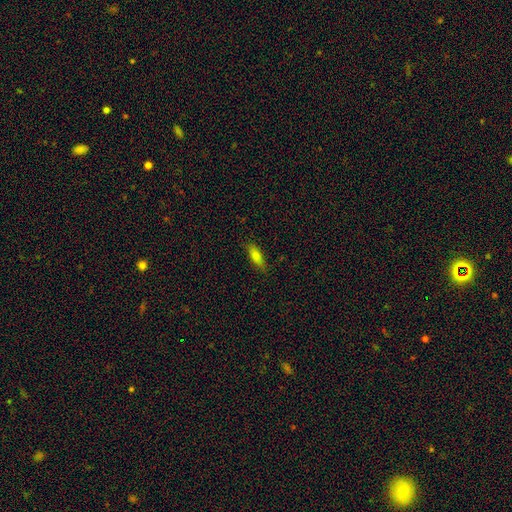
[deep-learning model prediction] smooth-or-featured: smooth: 75% | featured or disk: 16% | star or artifact: 9%
  how-rounded: in between: 55% | cigar-shaped: 43% | round: 2%
  merging: none: 80% | minor disturbance: 15% | major disturbance: 3% | merger: 1%